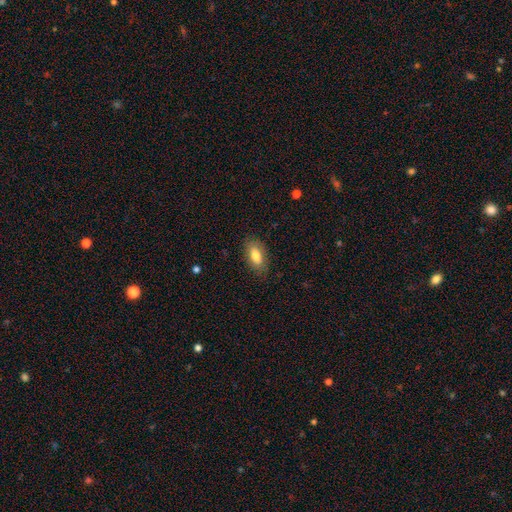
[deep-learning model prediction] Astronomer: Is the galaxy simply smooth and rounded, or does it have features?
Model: smooth — 79%.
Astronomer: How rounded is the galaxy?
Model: in between — 89%.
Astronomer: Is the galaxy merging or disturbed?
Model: none — 82%.